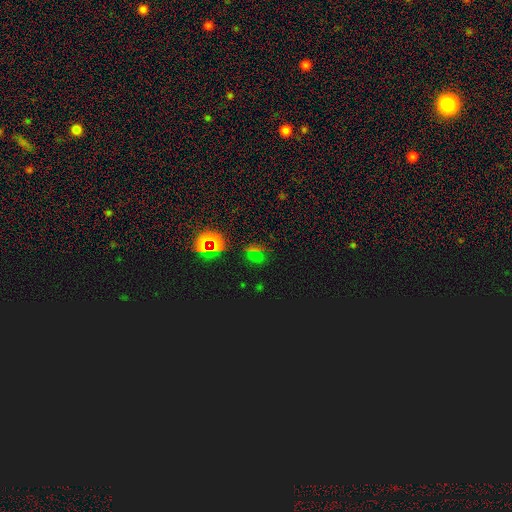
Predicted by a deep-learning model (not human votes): A star or artifact, not a galaxy (64%).

Vote fractions:
- Smooth or featured? star or artifact: 64% / smooth: 28% / featured or disk: 8%